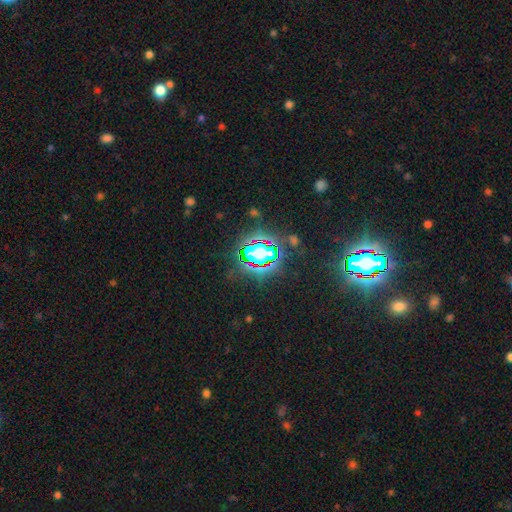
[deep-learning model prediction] star or artifact 73%, smooth 17%, featured or disk 11%.